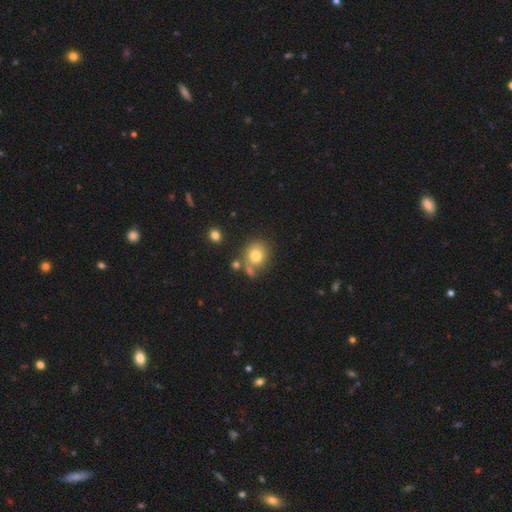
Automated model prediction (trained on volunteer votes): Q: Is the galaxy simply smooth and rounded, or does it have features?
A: smooth — 77%.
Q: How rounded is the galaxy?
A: round — 76%.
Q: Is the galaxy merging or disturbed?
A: none — 56%.